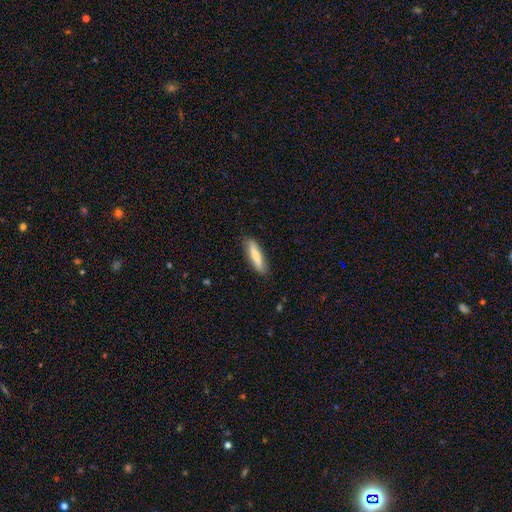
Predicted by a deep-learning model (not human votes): A smooth galaxy with no disk features (71%) that is cigar-shaped (71%).

Vote fractions:
- Smooth or featured? smooth: 71% / featured or disk: 24% / star or artifact: 6%
- How rounded? cigar-shaped: 71% / in between: 27% / round: 2%
- Merging? none: 85% / minor disturbance: 12% / major disturbance: 2% / merger: 1%